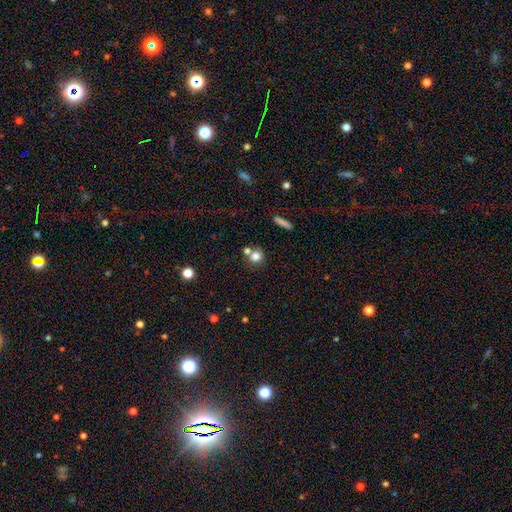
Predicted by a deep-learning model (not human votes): This is likely a smooth galaxy (77%). How rounded: clearly round (87%). Merging: possibly none (59%).